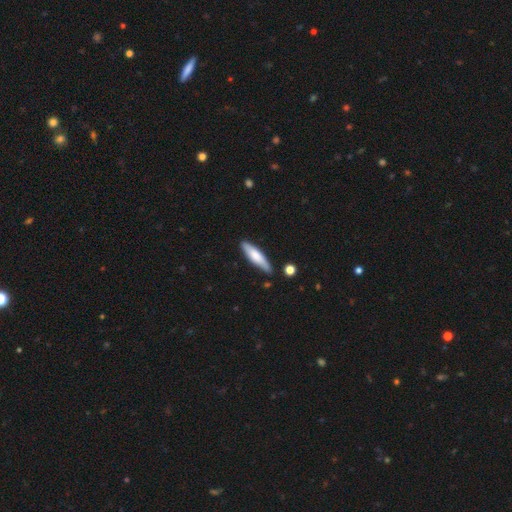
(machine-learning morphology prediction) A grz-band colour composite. It shows a smooth galaxy with no disk features (69%) that is cigar-shaped (70%). Merging: none (80%).